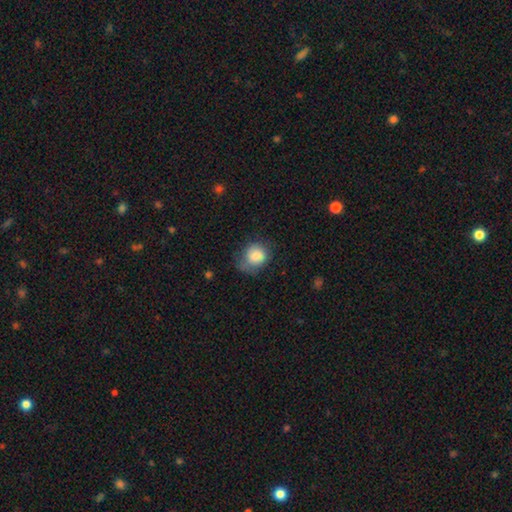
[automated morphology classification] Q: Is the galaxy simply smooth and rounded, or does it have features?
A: smooth — 84%.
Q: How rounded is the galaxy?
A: round — 73%.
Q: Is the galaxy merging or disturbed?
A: none — 50%.